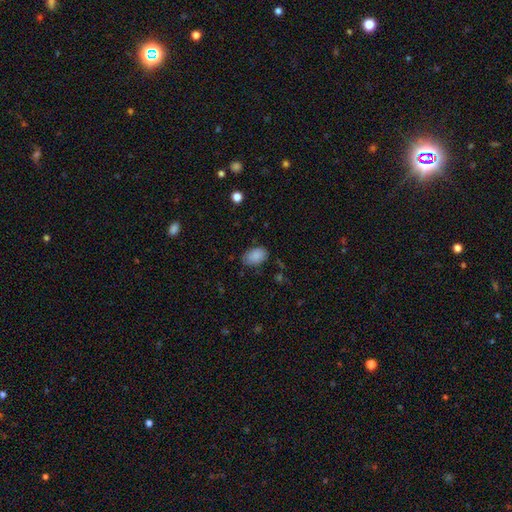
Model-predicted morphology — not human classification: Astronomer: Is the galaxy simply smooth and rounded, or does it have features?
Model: smooth — 87%.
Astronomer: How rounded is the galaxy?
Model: in between — 87%.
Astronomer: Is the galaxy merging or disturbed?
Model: none — 76%.